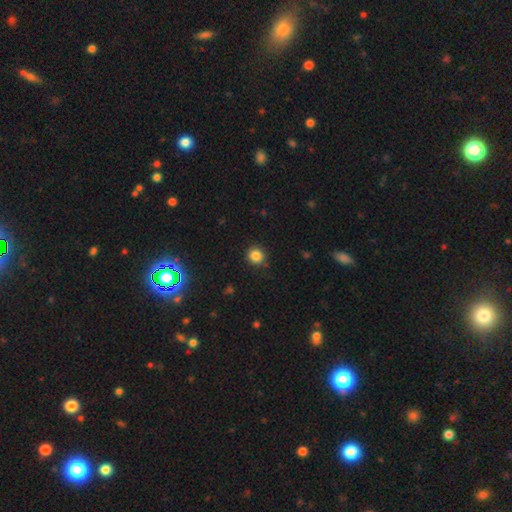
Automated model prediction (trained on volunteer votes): This appears to be a smooth galaxy with no disk features (83%) that is round (89%). Merging: none (87%).